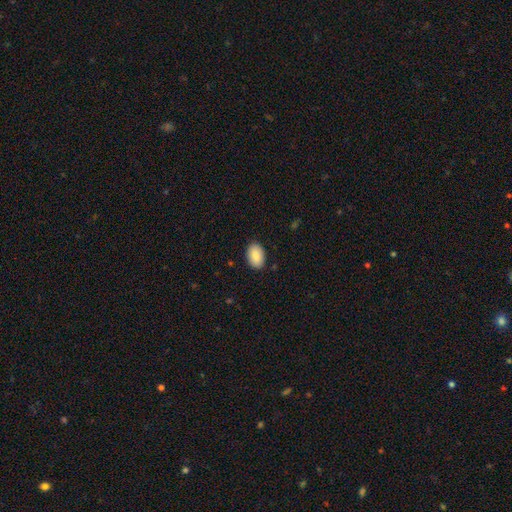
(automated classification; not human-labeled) Morphology: type=smooth (89%); roundness=in between (91%); merging=none (88%).